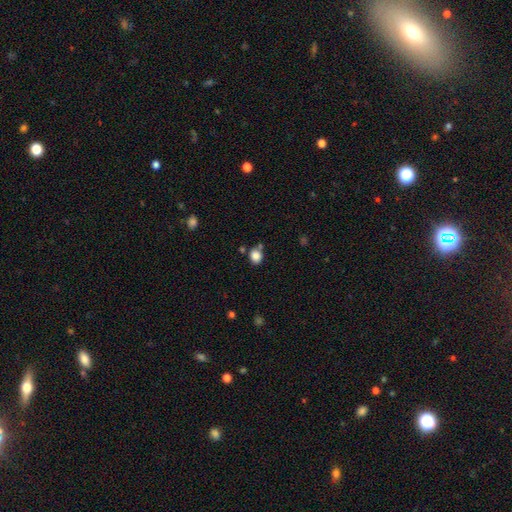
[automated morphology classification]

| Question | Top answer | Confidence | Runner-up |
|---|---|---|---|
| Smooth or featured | smooth | 84% | star or artifact (11%) |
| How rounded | round | 61% | in between (38%) |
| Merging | none | 70% | minor disturbance (15%) |